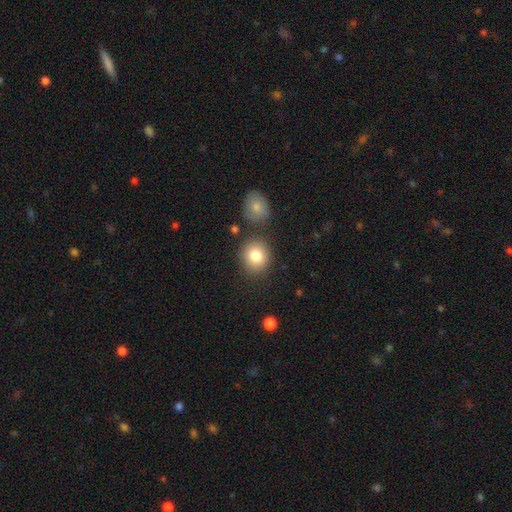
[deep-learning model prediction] smooth_or_featured: smooth (p=0.83) [alt: star or artifact p=0.09]
how_rounded: round (p=0.77) [alt: in between p=0.22]
merging: none (p=0.78) [alt: minor disturbance p=0.10]